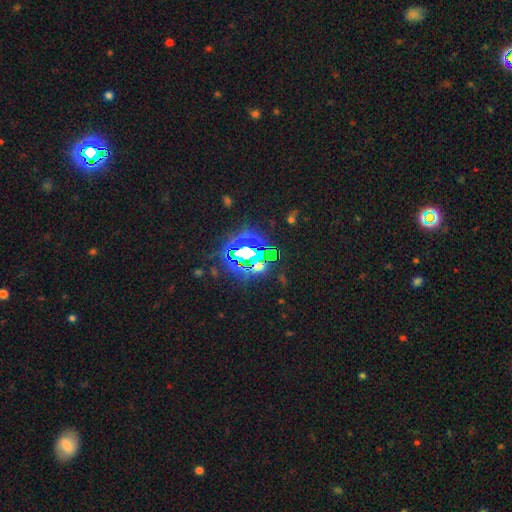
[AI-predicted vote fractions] A star or artifact, not a galaxy (78%).

Vote fractions:
- Smooth or featured? star or artifact: 78% / smooth: 13% / featured or disk: 10%